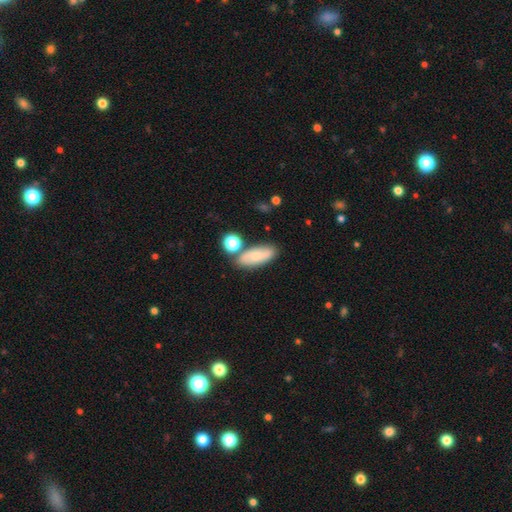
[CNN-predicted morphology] Smooth or featured? smooth (67%)
How rounded? in between (74%)
Merging? none (68%)